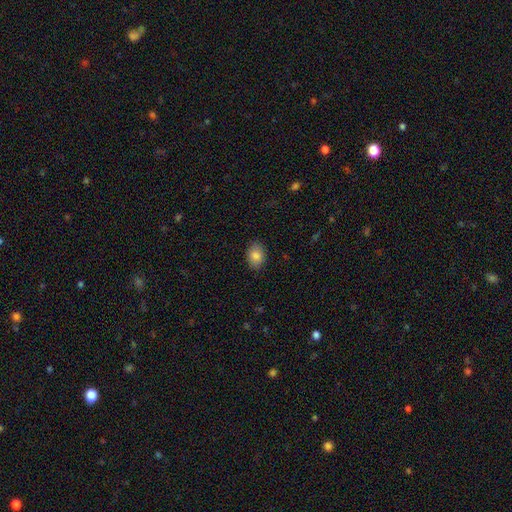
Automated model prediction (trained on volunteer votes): Smooth or featured? Predicted: smooth (p=0.84). How rounded? Predicted: in between (p=0.75). Merging? Predicted: none (p=0.87).